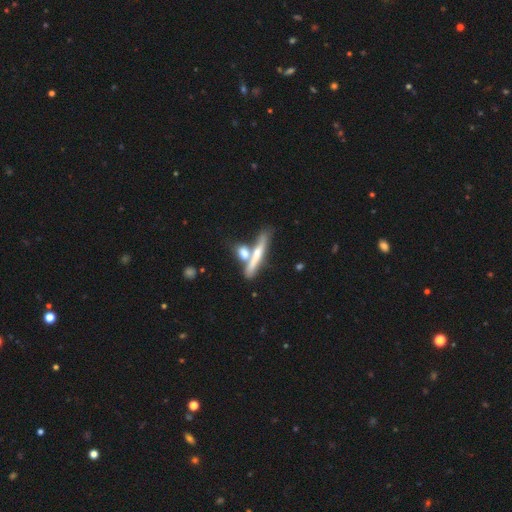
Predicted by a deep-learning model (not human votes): Morphology: type=smooth (50%); merging=none (50%).